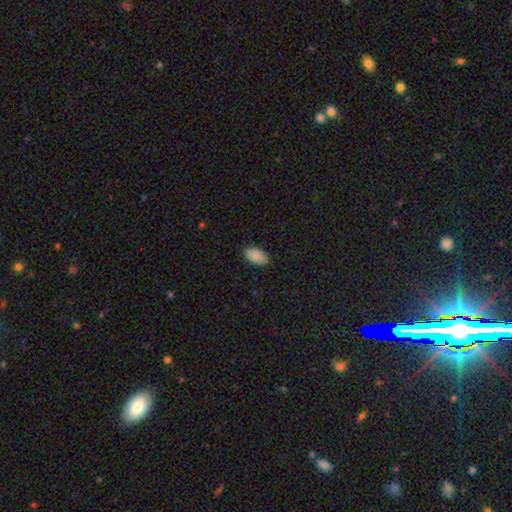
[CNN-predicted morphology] smooth 88%, star or artifact 7%, featured or disk 5%. Down the decision tree: how rounded — in between (95%); merging — none (88%).